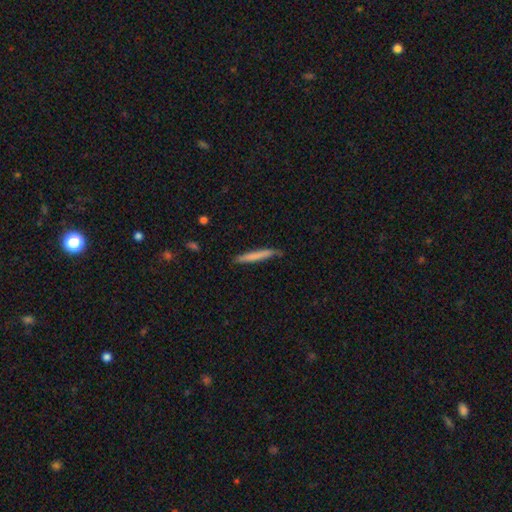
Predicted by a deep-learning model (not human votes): A smooth galaxy with no disk features (73%) that is cigar-shaped (96%).

Vote fractions:
- Smooth or featured? smooth: 73% / featured or disk: 22% / star or artifact: 6%
- How rounded? cigar-shaped: 96% / in between: 3% / round: 1%
- Merging? none: 80% / minor disturbance: 16% / major disturbance: 2% / merger: 2%